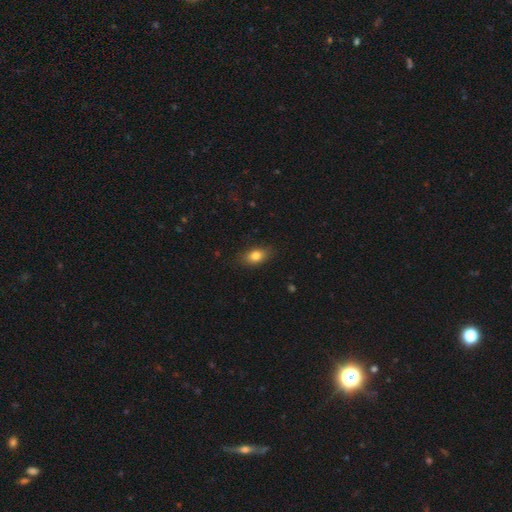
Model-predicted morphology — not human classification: Smooth or featured: smooth — 81% (featured or disk — 10%)
How rounded: in between — 81% (round — 15%)
Merging: none — 83% (minor disturbance — 13%)